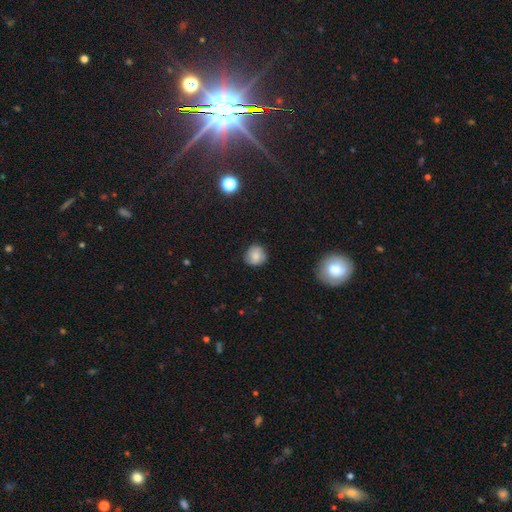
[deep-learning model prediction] This appears to be a smooth galaxy with no disk features (78%) that is round (87%). Merging: none (81%).